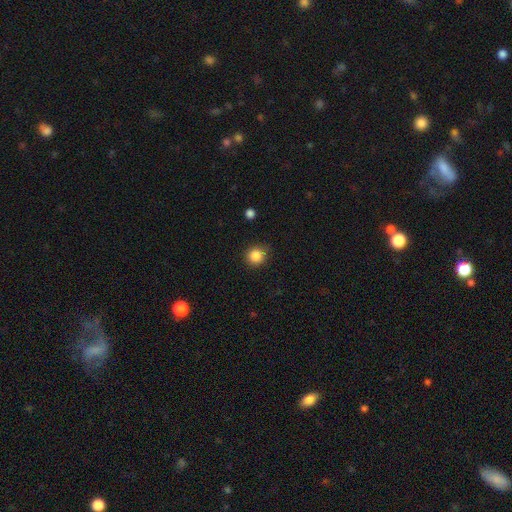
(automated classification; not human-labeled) A smooth galaxy with no disk features (86%) that is round (90%).

Vote fractions:
- Smooth or featured? smooth: 86% / star or artifact: 11% / featured or disk: 4%
- How rounded? round: 90% / in between: 9% / cigar-shaped: 1%
- Merging? none: 84% / minor disturbance: 12% / major disturbance: 3% / merger: 1%